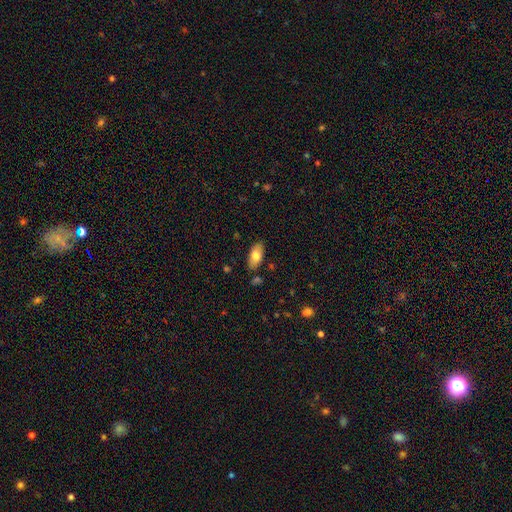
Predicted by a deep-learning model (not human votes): This is likely a smooth galaxy (76%). How rounded: clearly in between (91%). Merging: clearly none (84%).